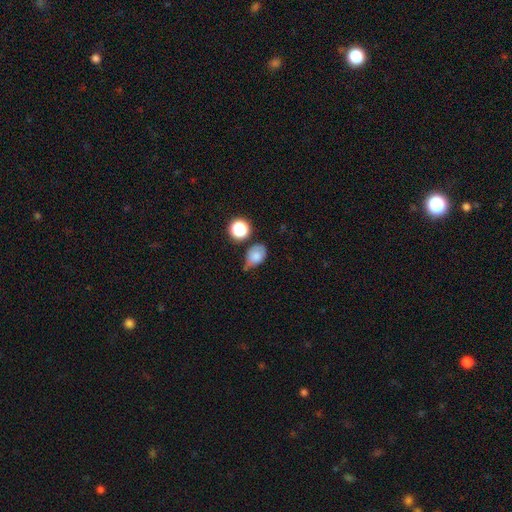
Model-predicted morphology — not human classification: Overall: smooth (77%). How rounded: in between (75%). Merging: none (48%; minor disturbance 35%).